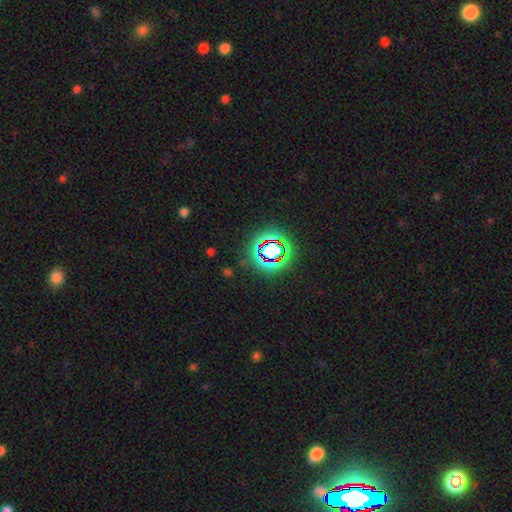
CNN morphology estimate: A star or artifact, not a galaxy (70%).